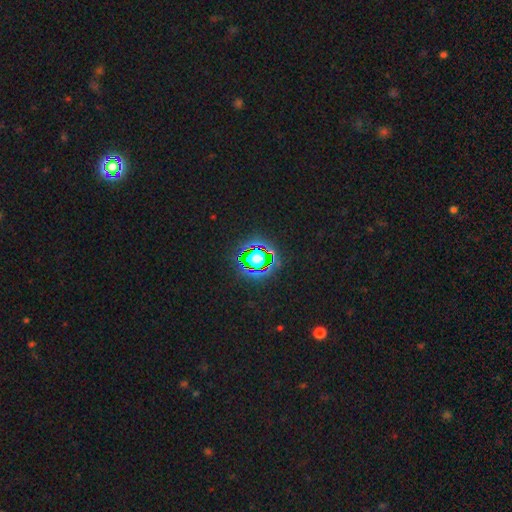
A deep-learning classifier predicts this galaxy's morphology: This appears to be a star or artifact, not a galaxy (66%).